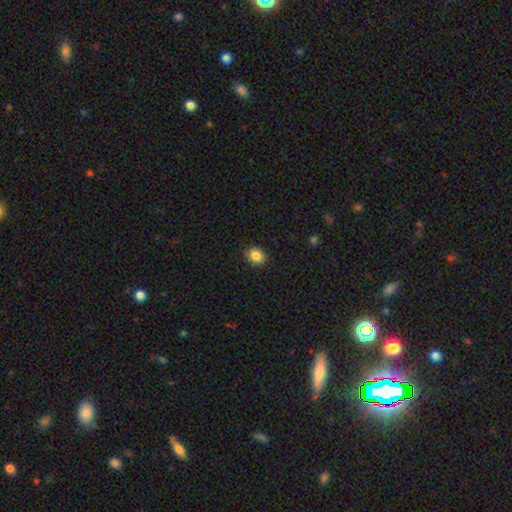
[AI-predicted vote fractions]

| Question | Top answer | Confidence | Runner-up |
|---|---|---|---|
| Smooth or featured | smooth | 85% | star or artifact (10%) |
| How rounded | round | 60% | in between (39%) |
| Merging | none | 88% | minor disturbance (9%) |